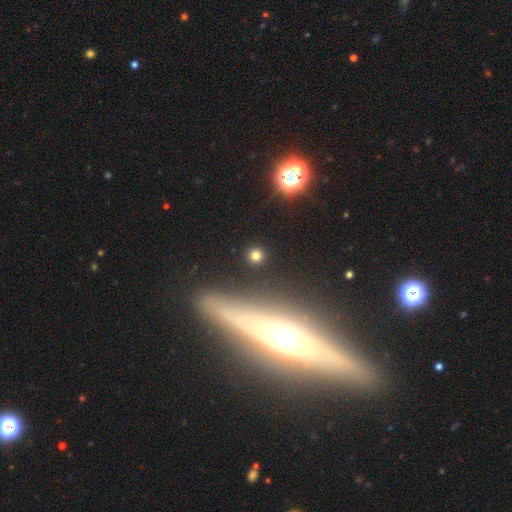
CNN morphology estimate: Smooth or featured? Predicted: smooth (p=0.78). How rounded? Predicted: round (p=0.93). Merging? Predicted: none (p=0.91).